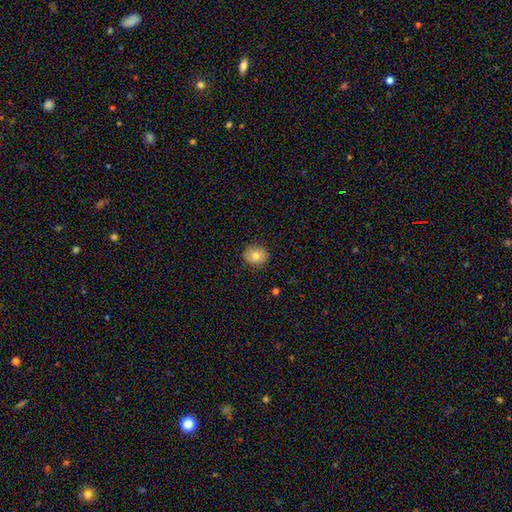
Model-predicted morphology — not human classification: Smooth or featured? Predicted: smooth (p=0.79). How rounded? Predicted: round (p=0.72). Merging? Predicted: none (p=0.88).